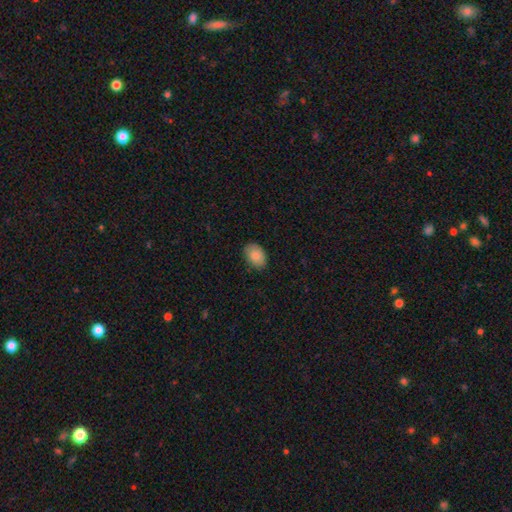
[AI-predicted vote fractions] smooth 84%, featured or disk 8%, star or artifact 7%. Down the decision tree: how rounded — in between (82%); merging — none (84%).